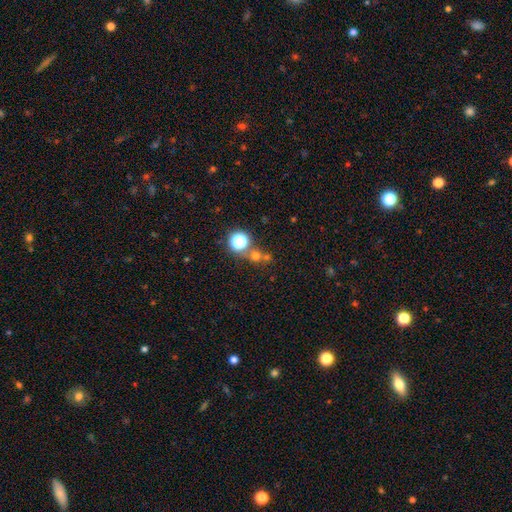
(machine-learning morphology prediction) Smooth or featured? smooth (57%)
How rounded? round (88%)
Merging? none (58%)